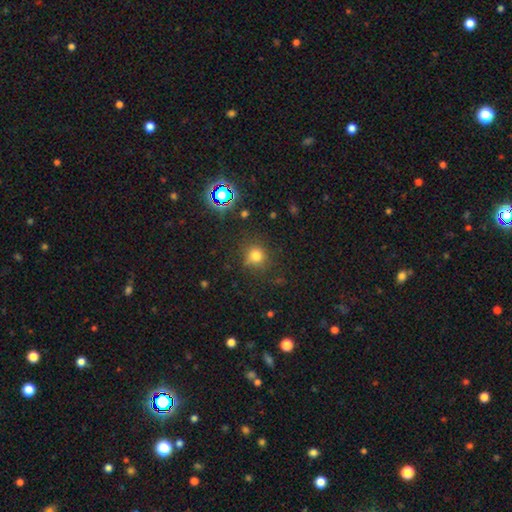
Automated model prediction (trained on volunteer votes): smooth 73%, star or artifact 20%, featured or disk 7%. Down the decision tree: how rounded — round (87%); merging — none (76%).